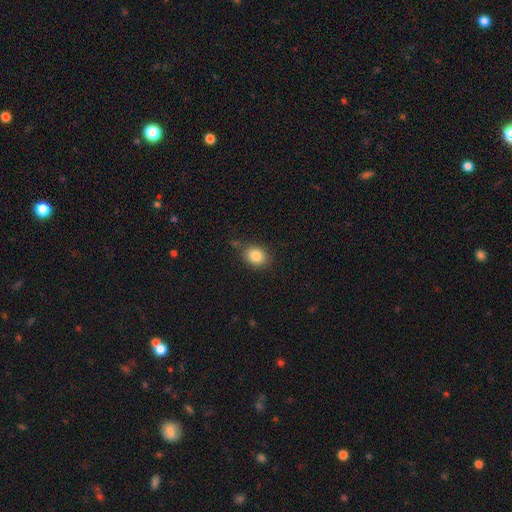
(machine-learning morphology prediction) Smooth or featured: smooth — 85% (star or artifact — 9%)
How rounded: in between — 50% (round — 49%)
Merging: none — 79% (minor disturbance — 14%)